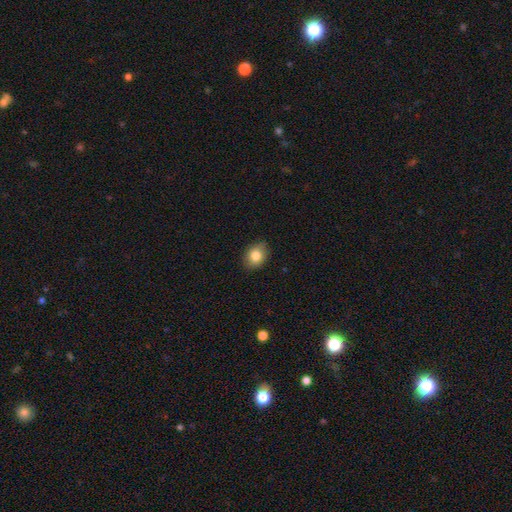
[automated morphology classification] A smooth galaxy with no disk features (83%) that is in between round and cigar-shaped (62%). Merging: none (85%).